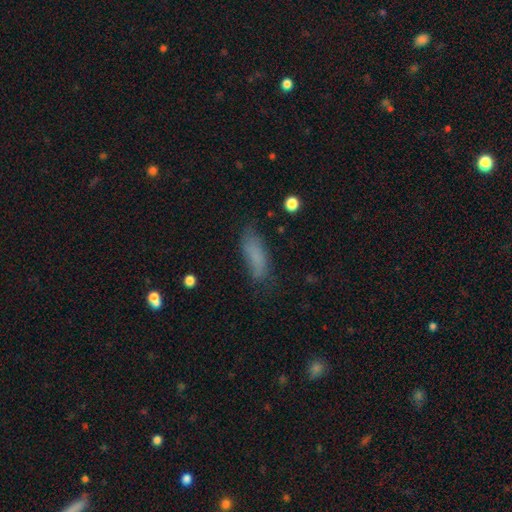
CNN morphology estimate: The model was most divided on "how rounded": in between: 59%, cigar-shaped: 38%, round: 2%. More confident: smooth or featured — smooth (78%); merging — none (69%).